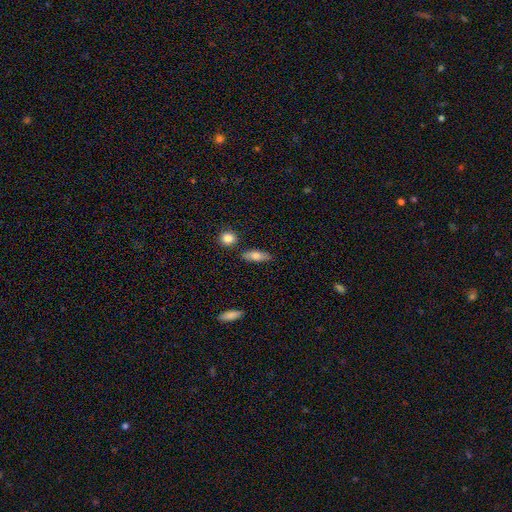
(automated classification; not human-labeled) Smooth or featured? Predicted: smooth (p=0.74). How rounded? Predicted: in between (p=0.67). Merging? Predicted: none (p=0.79).